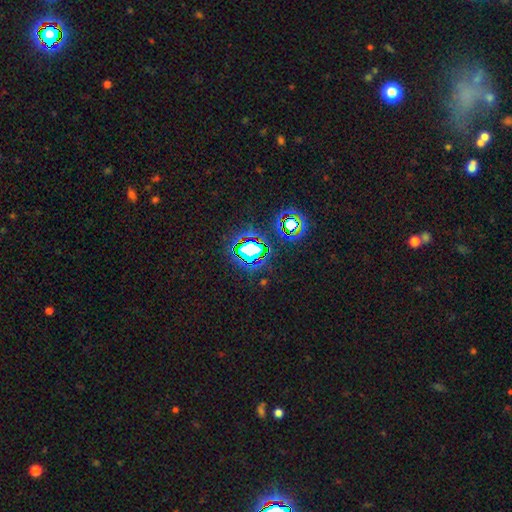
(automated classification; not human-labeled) A star or artifact, not a galaxy (76%).